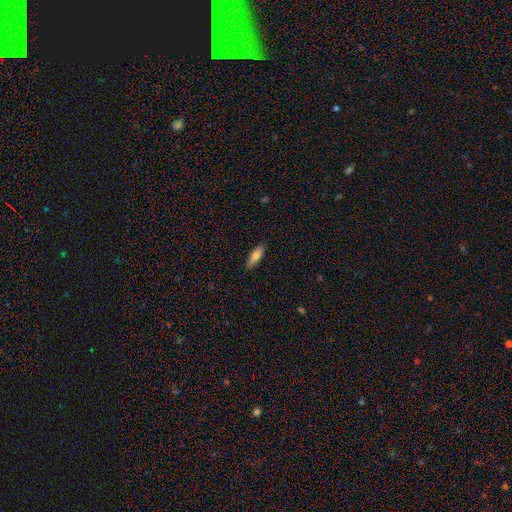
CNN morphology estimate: smooth_or_featured: smooth (p=0.76) [alt: featured or disk p=0.18]
how_rounded: in between (p=0.55) [alt: cigar-shaped p=0.42]
merging: none (p=0.87) [alt: minor disturbance p=0.10]